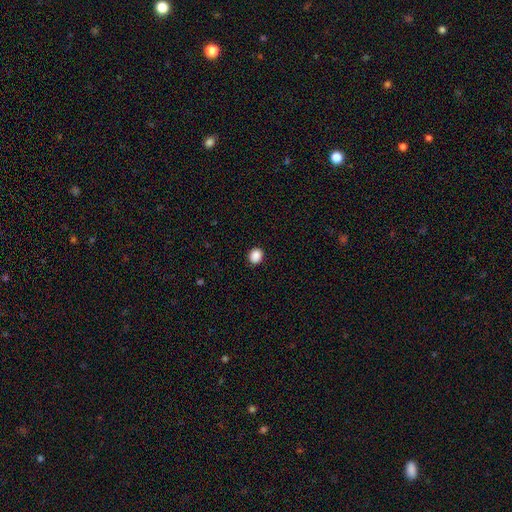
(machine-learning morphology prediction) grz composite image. It shows a smooth galaxy with no disk features (89%) that is round (67%). Merging: none (91%).